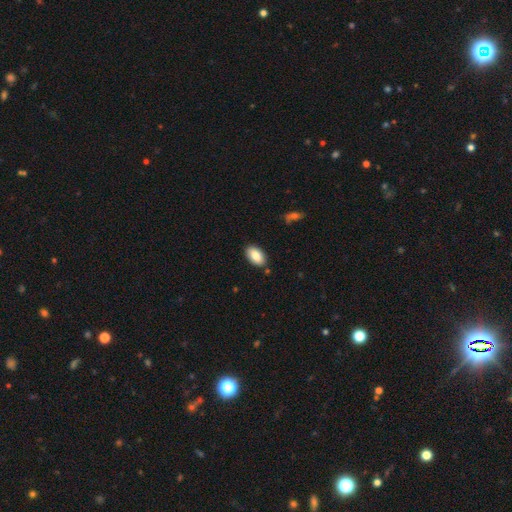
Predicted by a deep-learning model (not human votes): Smooth or featured?
  - smooth: 86% *
  - featured or disk: 7%
  - star or artifact: 7%
How rounded?
  - in between: 94% *
  - round: 4%
  - cigar-shaped: 2%
Merging?
  - none: 85% *
  - minor disturbance: 10%
  - merger: 2%
  - major disturbance: 2%